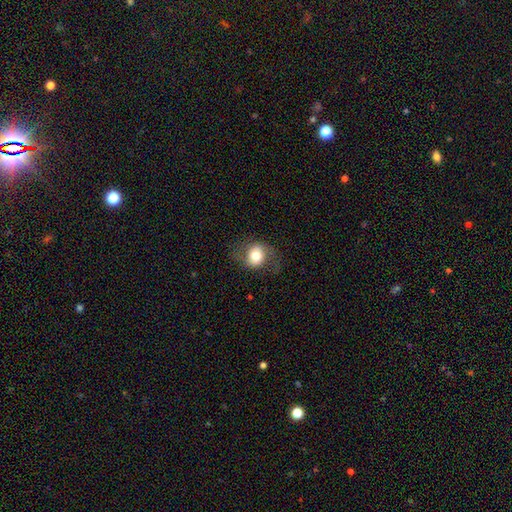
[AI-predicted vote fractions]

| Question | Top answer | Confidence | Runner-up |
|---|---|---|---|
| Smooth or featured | smooth | 63% | featured or disk (28%) |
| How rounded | round | 61% | in between (38%) |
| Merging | none | 68% | minor disturbance (19%) |